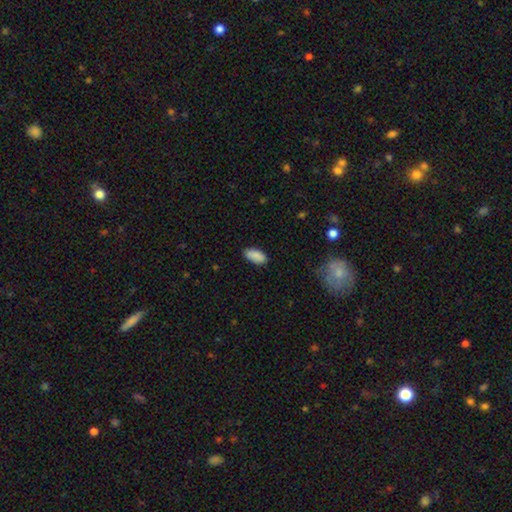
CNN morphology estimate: Smooth or featured? smooth (89%)
How rounded? in between (92%)
Merging? none (85%)